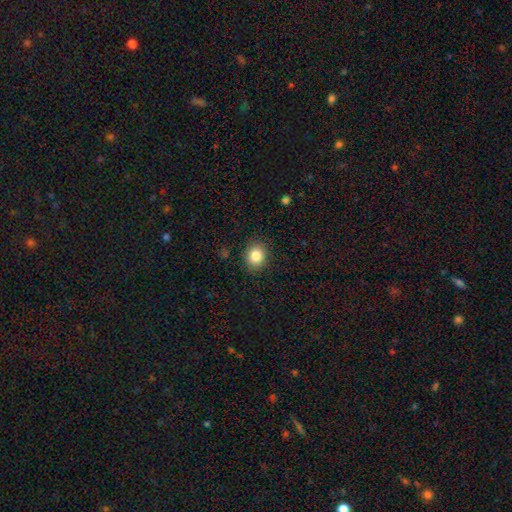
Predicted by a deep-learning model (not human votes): Smooth or featured: smooth — 83% (star or artifact — 10%)
How rounded: round — 64% (in between — 36%)
Merging: none — 88% (minor disturbance — 8%)